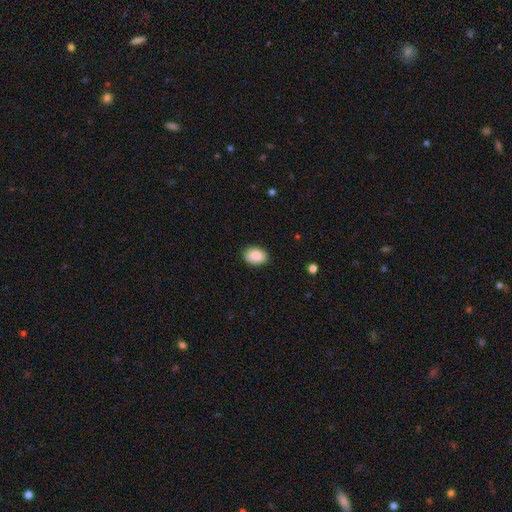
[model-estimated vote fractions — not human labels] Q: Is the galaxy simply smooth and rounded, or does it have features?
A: smooth — 88%.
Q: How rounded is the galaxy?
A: in between — 81%.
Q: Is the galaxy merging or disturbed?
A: none — 87%.